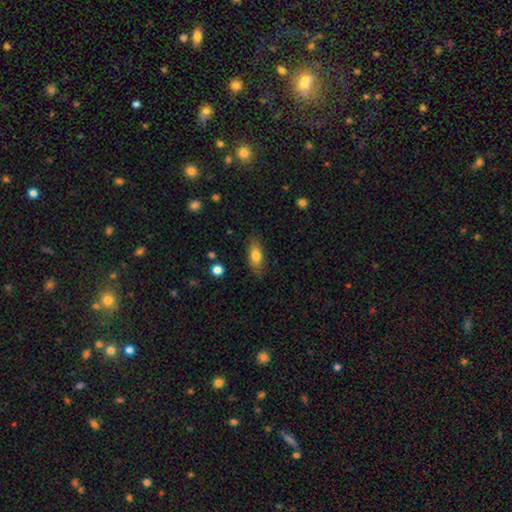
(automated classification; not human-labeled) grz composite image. It shows a smooth galaxy with no disk features (74%) that is in between round and cigar-shaped (79%). Merging: none (81%).